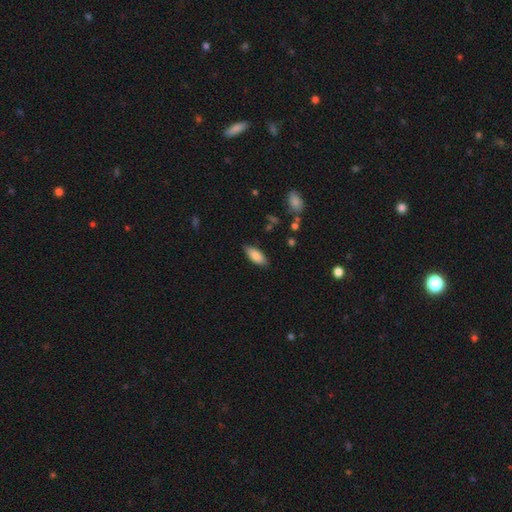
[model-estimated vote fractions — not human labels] The model was most divided on "how rounded": in between: 82%, cigar-shaped: 16%, round: 2%. More confident: smooth or featured — smooth (84%); merging — none (82%).